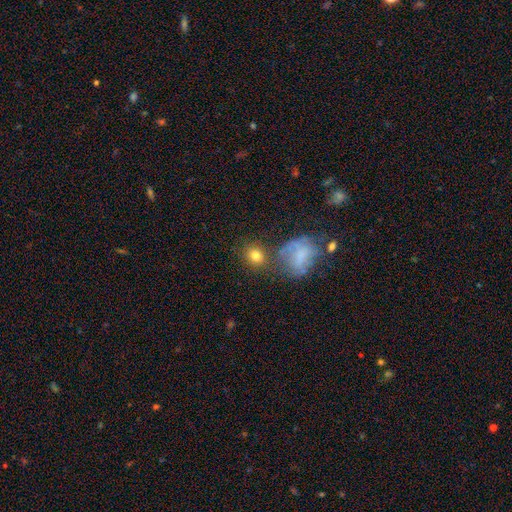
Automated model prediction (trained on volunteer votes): Overall: smooth (79%). How rounded: round (71%). Merging: none (67%).